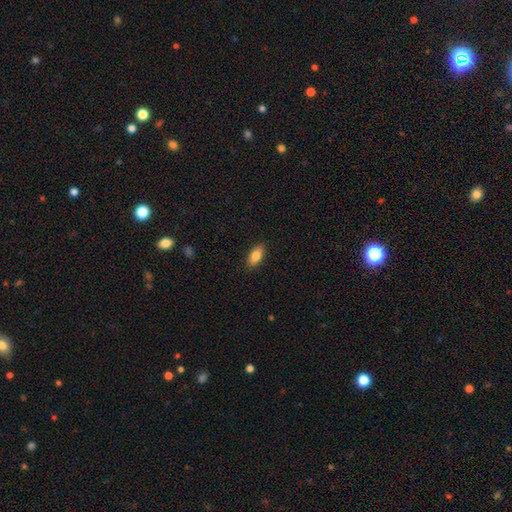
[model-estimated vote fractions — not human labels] smooth-or-featured: smooth: 82% | featured or disk: 11% | star or artifact: 7%
  how-rounded: in between: 85% | cigar-shaped: 13% | round: 3%
  merging: none: 89% | minor disturbance: 9% | major disturbance: 2% | merger: 1%